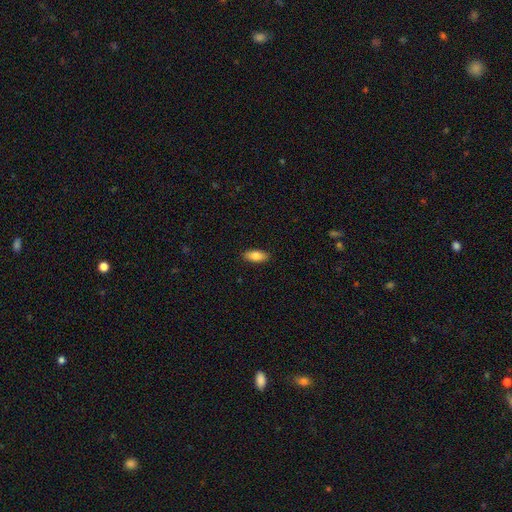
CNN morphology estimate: The model was most divided on "smooth or featured": smooth: 82%, featured or disk: 11%, star or artifact: 7%. More confident: merging — none (89%); how rounded — in between (85%).